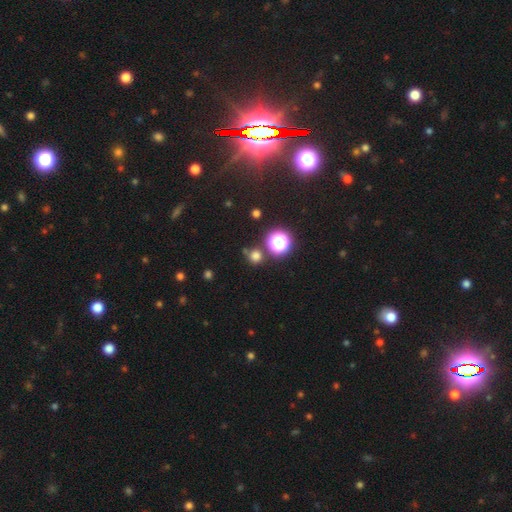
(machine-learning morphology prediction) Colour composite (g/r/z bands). It shows a smooth galaxy with no disk features (69%) that is round (89%). Merging: none (75%).